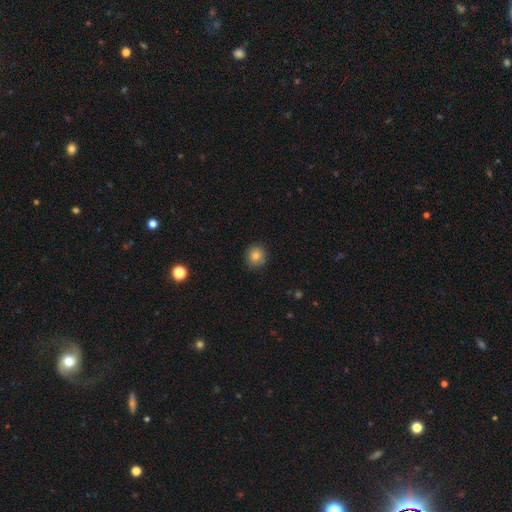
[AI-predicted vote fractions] Smooth or featured: smooth — 80% (star or artifact — 11%)
How rounded: round — 90% (in between — 9%)
Merging: none — 87% (minor disturbance — 10%)